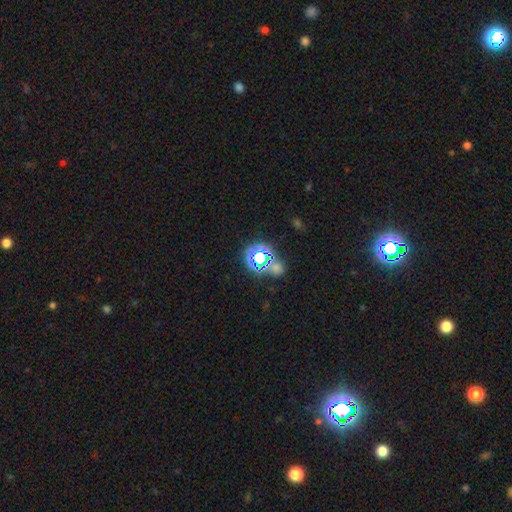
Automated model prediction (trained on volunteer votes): Smooth or featured?
  - star or artifact: 69% *
  - smooth: 23%
  - featured or disk: 8%